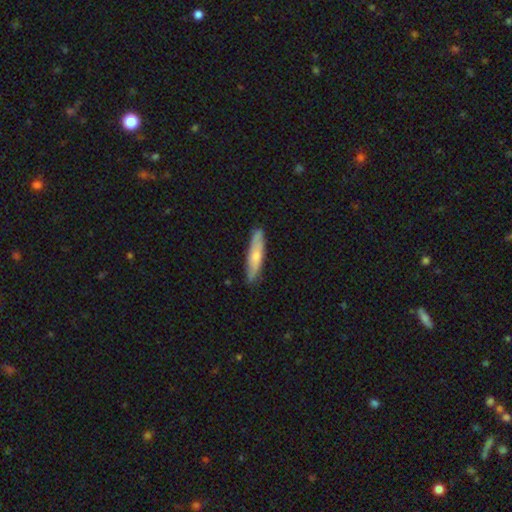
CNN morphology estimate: smooth 61%, featured or disk 34%, star or artifact 5%. Down the decision tree: how rounded — cigar-shaped (84%); merging — none (83%).